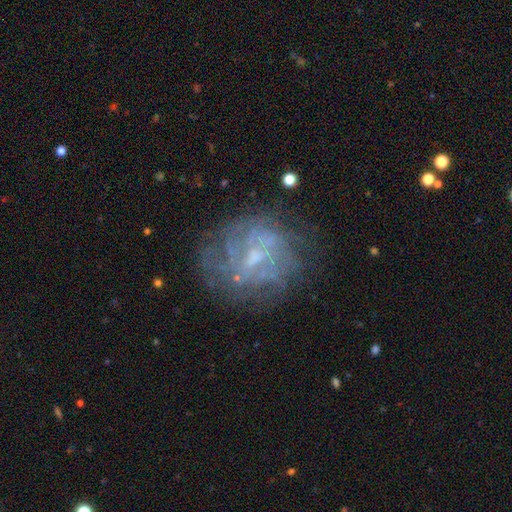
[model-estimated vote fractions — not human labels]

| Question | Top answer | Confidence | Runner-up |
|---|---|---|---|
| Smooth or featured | featured or disk | 71% | smooth (18%) |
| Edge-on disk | no | 98% | yes (2%) |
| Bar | no | 50% | weak (43%) |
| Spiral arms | yes | 59% | no (41%) |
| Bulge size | small | 43% | moderate (29%) |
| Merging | none | 67% | minor disturbance (17%) |